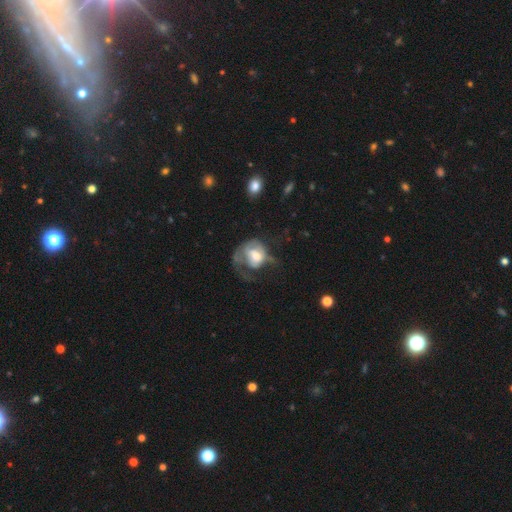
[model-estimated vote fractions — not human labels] This appears to be a featured or disk galaxy (52%). Merging: major disturbance (59%).